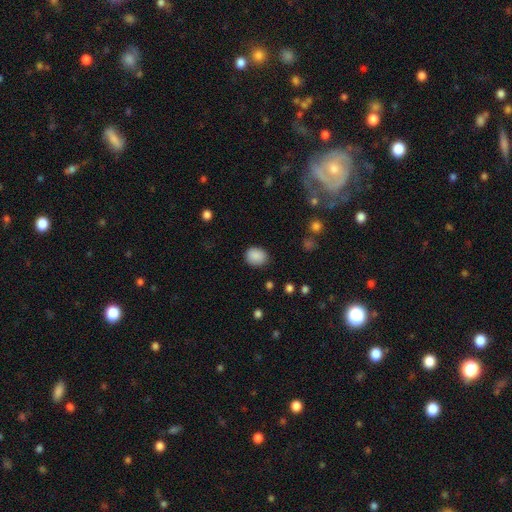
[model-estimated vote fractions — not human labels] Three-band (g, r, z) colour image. It shows a smooth galaxy with no disk features (87%) that is round (56%). Merging: none (83%).